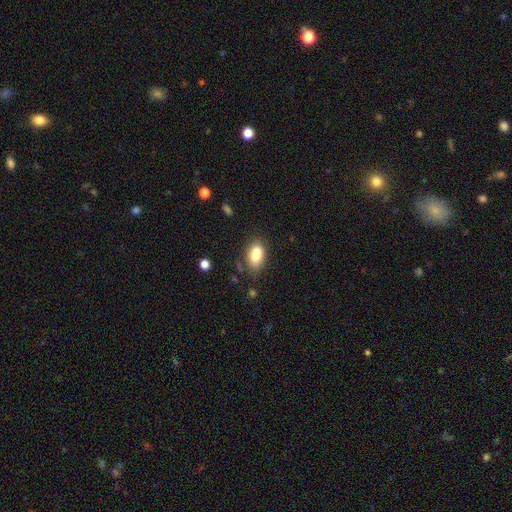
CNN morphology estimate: Smooth or featured: smooth — 77% (featured or disk — 13%)
How rounded: in between — 86% (round — 11%)
Merging: none — 55% (minor disturbance — 21%)